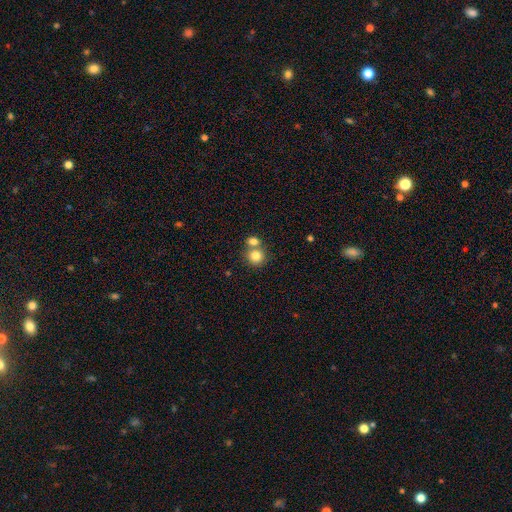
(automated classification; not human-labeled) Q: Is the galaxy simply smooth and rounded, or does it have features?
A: smooth — 81%.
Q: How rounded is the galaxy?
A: round — 86%.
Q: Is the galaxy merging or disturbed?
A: none — 49%.